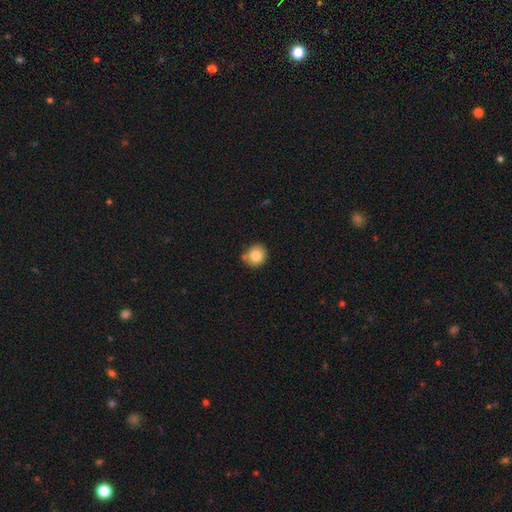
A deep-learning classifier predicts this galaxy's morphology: Smooth or featured? Predicted: smooth (p=0.81). How rounded? Predicted: round (p=0.84). Merging? Predicted: none (p=0.76).